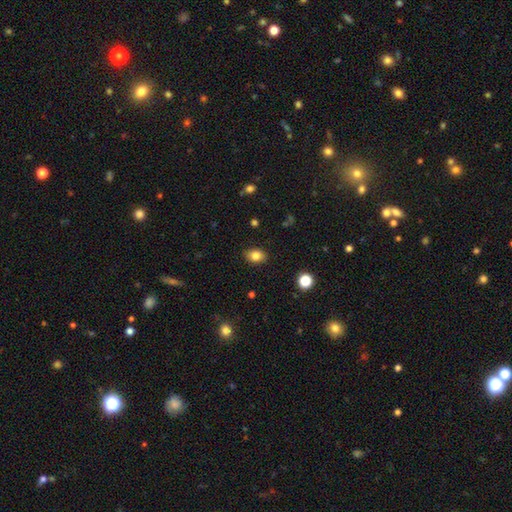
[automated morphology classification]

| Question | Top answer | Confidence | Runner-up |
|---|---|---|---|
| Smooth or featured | smooth | 82% | star or artifact (10%) |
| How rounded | in between | 72% | round (27%) |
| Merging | none | 87% | minor disturbance (9%) |